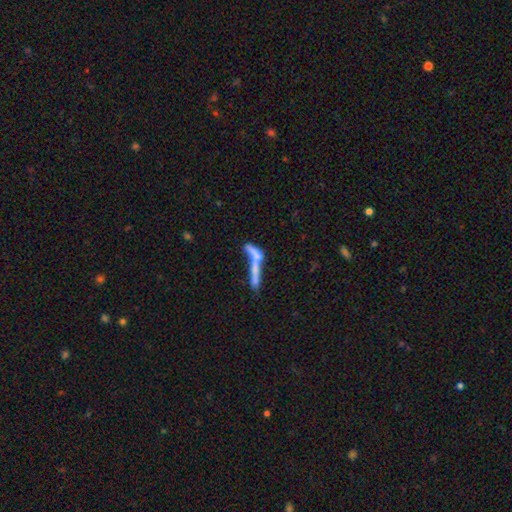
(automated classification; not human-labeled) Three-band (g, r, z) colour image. It shows a smooth galaxy with no disk features (48%). Merging: merger (50%).